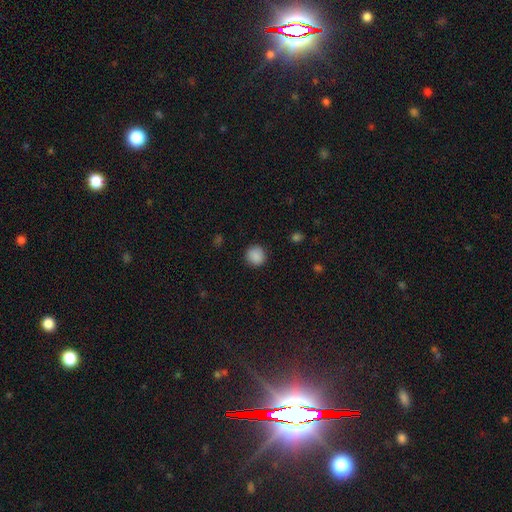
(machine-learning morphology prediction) The model was most divided on "smooth or featured": smooth: 88%, star or artifact: 9%, featured or disk: 3%. More confident: how rounded — round (92%); merging — none (90%).